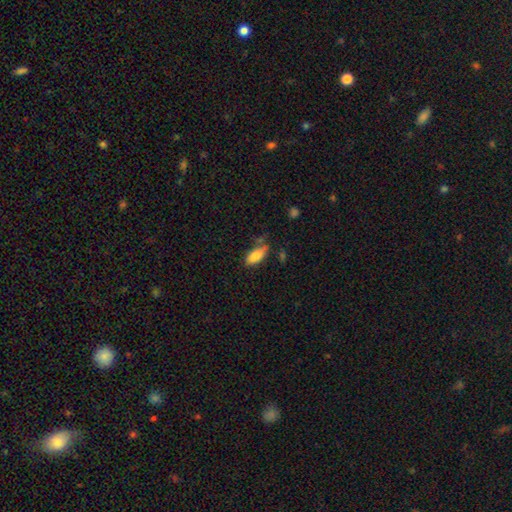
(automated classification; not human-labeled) smooth_or_featured: smooth (p=0.81) [alt: featured or disk p=0.12]
how_rounded: in between (p=0.85) [alt: cigar-shaped p=0.12]
merging: none (p=0.62) [alt: minor disturbance p=0.24]